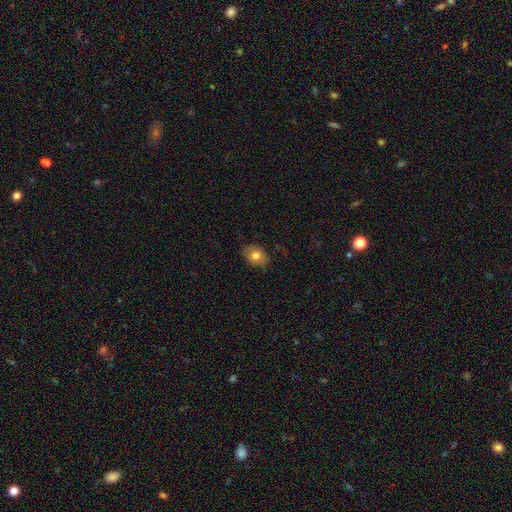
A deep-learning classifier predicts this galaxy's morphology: Overall: smooth (77%). How rounded: in between (70%). Merging: none (82%).